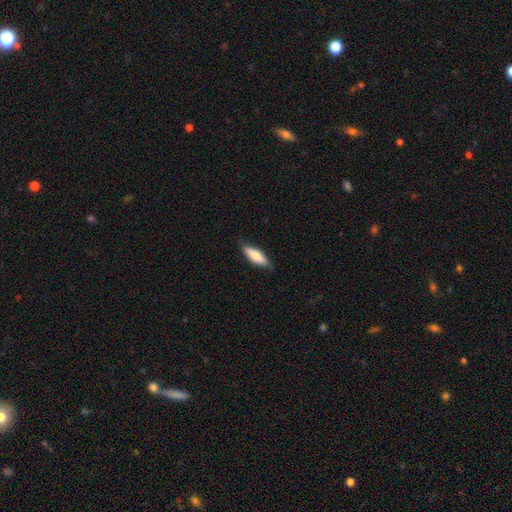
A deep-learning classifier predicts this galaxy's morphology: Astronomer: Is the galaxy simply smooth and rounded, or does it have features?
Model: smooth — 76%.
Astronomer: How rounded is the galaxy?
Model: cigar-shaped — 50% (runner-up: in between, 48%).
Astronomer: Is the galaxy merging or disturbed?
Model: none — 82%.